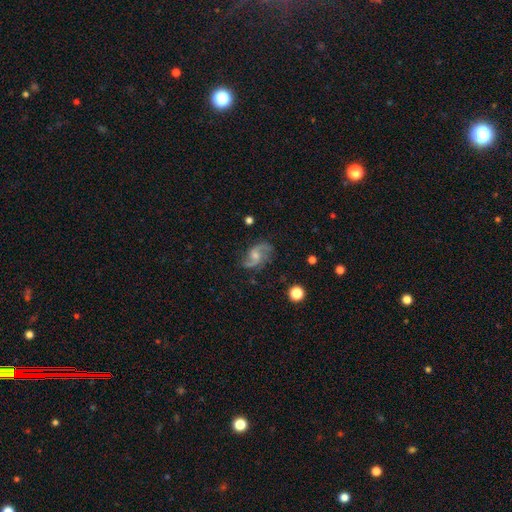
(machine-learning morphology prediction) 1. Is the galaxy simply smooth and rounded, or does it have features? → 86% featured or disk, 8% smooth, 6% star or artifact.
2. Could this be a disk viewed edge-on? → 98% no, 2% yes.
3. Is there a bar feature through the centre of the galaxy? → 51% no, 41% weak, 7% strong.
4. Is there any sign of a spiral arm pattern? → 97% yes, 3% no.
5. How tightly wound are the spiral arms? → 59% loose, 34% medium, 8% tight.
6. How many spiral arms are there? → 92% 2, 2% can't tell, 2% 1, 2% 3, 1% 4, 1% more than 4.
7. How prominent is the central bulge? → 44% moderate (tied), 44% small (tied), 8% none, 3% large, 1% dominant.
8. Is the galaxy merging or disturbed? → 75% none, 17% minor disturbance, 7% major disturbance, 2% merger.